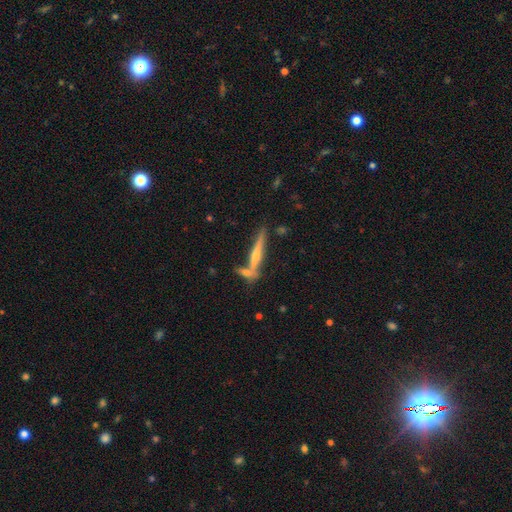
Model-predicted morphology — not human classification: A featured or disk galaxy (66%) viewed edge-on (96%) with a rounded central bulge (75%).

Vote fractions:
- Smooth or featured? featured or disk: 66% / smooth: 27% / star or artifact: 8%
- Edge-on disk? yes: 96% / no: 4%
- Edge-on bulge? rounded: 75% / none: 18% / boxy: 7%
- Merging? none: 68% / merger: 18% / minor disturbance: 11% / major disturbance: 3%